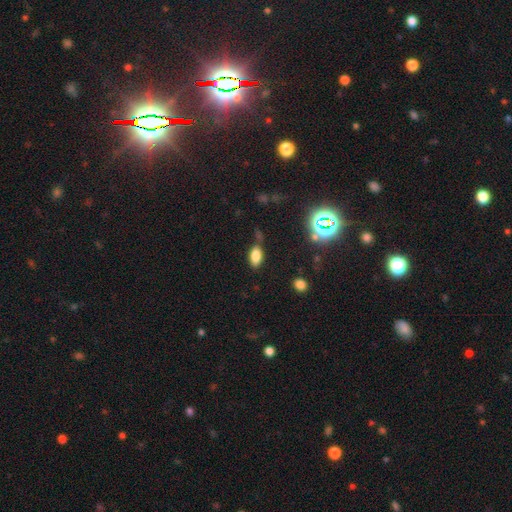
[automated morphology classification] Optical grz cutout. It shows a smooth galaxy with no disk features (79%) that is in between round and cigar-shaped (90%). Merging: none (69%).